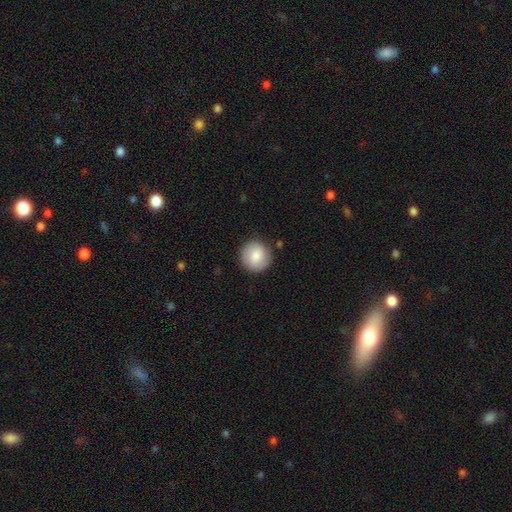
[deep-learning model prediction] Smooth or featured? Predicted: smooth (p=0.83). How rounded? Predicted: round (p=0.93). Merging? Predicted: none (p=0.88).